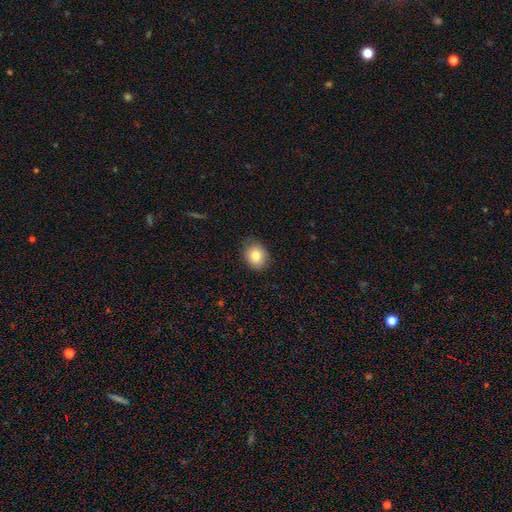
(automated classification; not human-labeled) A smooth galaxy with no disk features (82%) that is round (60%).

Vote fractions:
- Smooth or featured? smooth: 82% / star or artifact: 9% / featured or disk: 9%
- How rounded? round: 60% / in between: 40% / cigar-shaped: 1%
- Merging? none: 82% / minor disturbance: 14% / major disturbance: 3% / merger: 1%